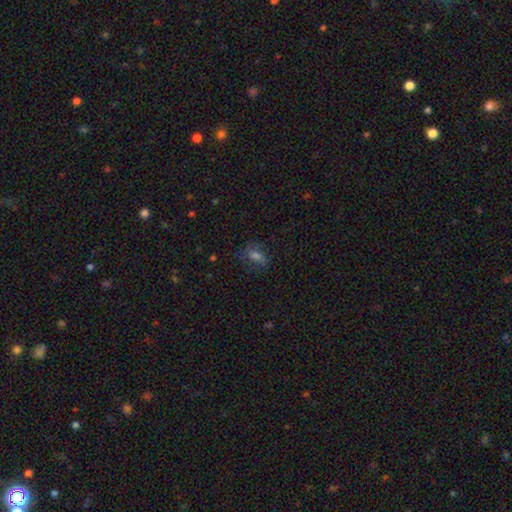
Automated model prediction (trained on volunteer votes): Overall: smooth (56%; star or artifact 26%). How rounded: in between (70%). Merging: none (66%).